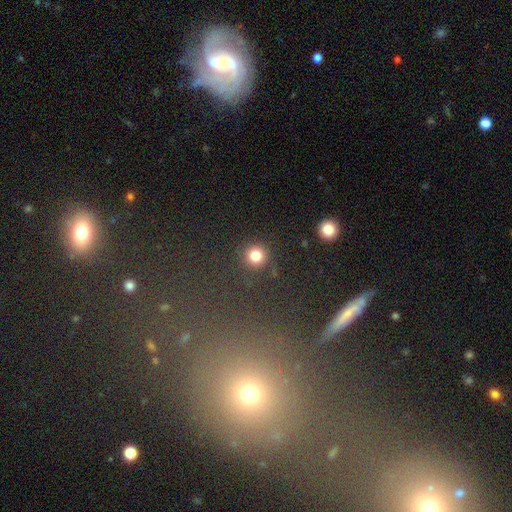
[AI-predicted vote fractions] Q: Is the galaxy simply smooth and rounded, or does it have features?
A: smooth — 81%.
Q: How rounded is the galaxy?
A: round — 94%.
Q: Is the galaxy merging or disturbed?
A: none — 88%.